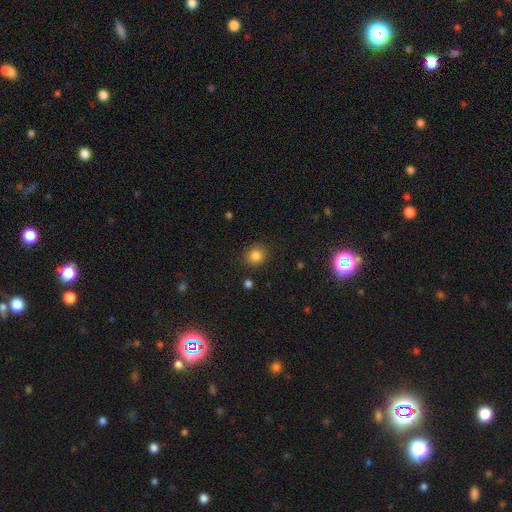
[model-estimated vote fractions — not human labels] Q: Smooth or featured?
A: smooth (83%); runner-up: star or artifact (12%)
Q: How rounded?
A: round (83%); runner-up: in between (16%)
Q: Merging?
A: none (88%); runner-up: minor disturbance (8%)